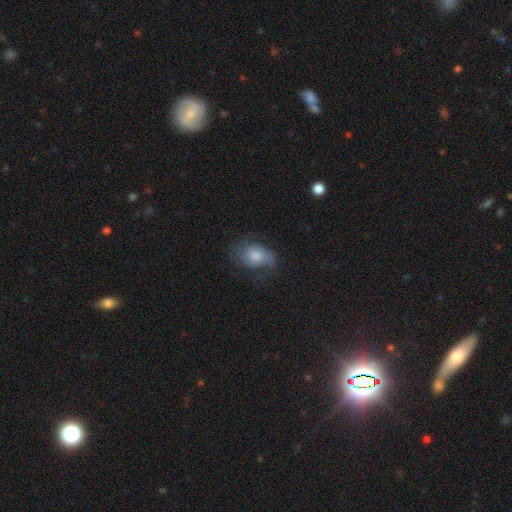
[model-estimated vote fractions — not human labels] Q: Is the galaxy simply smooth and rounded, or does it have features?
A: smooth — 52%.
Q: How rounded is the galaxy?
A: in between — 66%.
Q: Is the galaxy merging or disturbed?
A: none — 50%.